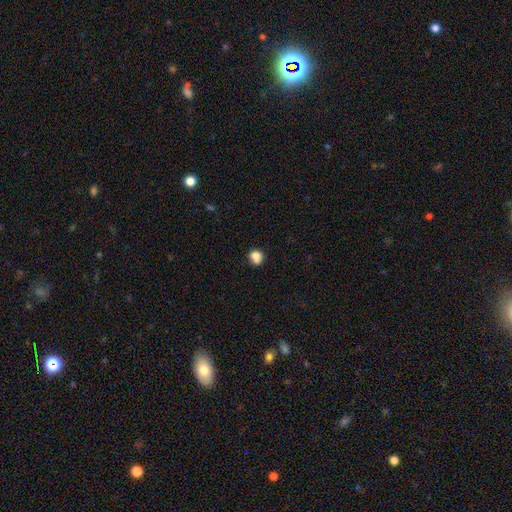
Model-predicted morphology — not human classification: The model was most divided on "merging": none: 56%, minor disturbance: 22%, merger: 15%, major disturbance: 7%. More confident: smooth or featured — smooth (80%); how rounded — round (76%).